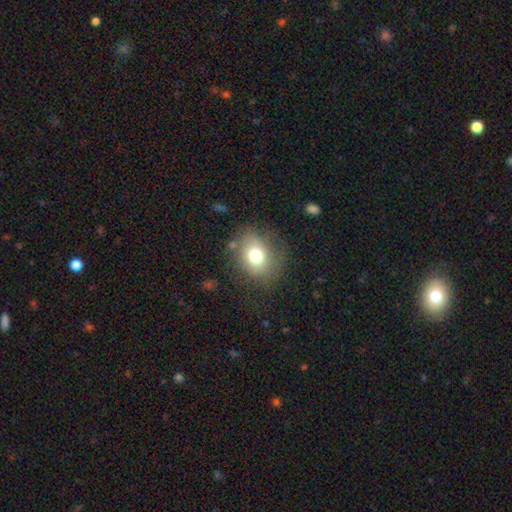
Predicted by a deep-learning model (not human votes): Overall: smooth (73%). How rounded: round (63%; in between 36%). Merging: none (71%).